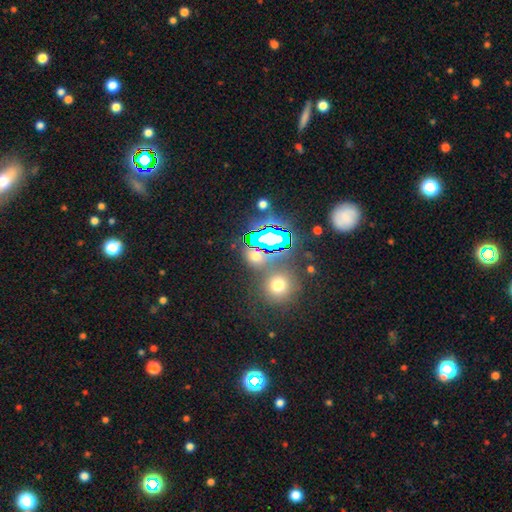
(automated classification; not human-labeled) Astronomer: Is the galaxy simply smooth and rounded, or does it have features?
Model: star or artifact — 51% (runner-up: smooth, 40%).